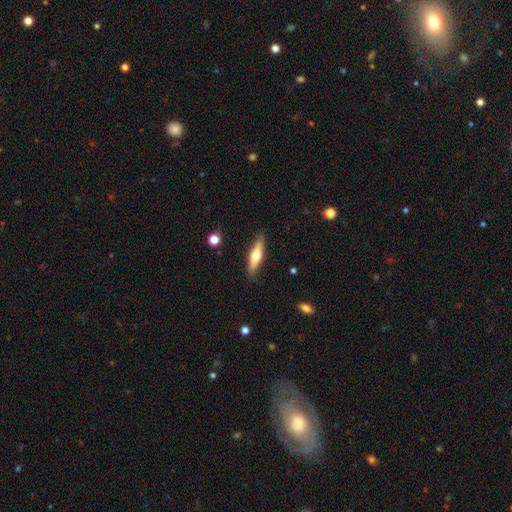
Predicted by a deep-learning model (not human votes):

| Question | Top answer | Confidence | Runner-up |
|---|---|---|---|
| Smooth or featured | smooth | 49% | featured or disk (45%) |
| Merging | none | 86% | minor disturbance (10%) |